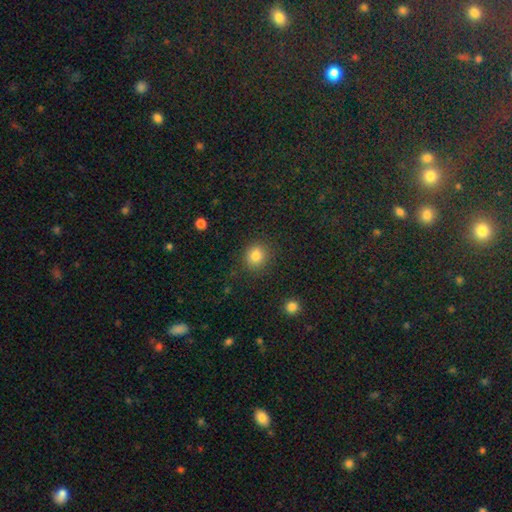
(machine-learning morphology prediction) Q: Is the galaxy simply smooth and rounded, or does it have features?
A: smooth — 82%.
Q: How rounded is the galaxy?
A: round — 82%.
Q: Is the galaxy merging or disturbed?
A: none — 87%.